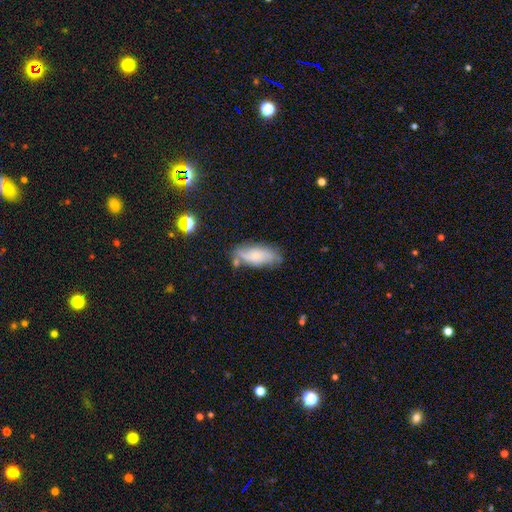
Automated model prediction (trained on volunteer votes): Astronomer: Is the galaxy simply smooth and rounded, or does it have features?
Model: smooth — 54% (runner-up: featured or disk, 37%).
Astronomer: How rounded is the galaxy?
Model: in between — 77%.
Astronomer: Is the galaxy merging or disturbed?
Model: none — 60%.